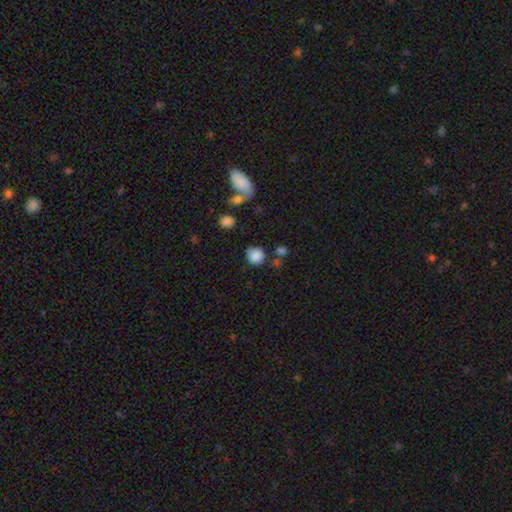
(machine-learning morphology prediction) Smooth or featured?
  - smooth: 84% *
  - star or artifact: 10%
  - featured or disk: 6%
How rounded?
  - round: 82% *
  - in between: 17%
  - cigar-shaped: 1%
Merging?
  - none: 70% *
  - minor disturbance: 17%
  - merger: 8%
  - major disturbance: 6%